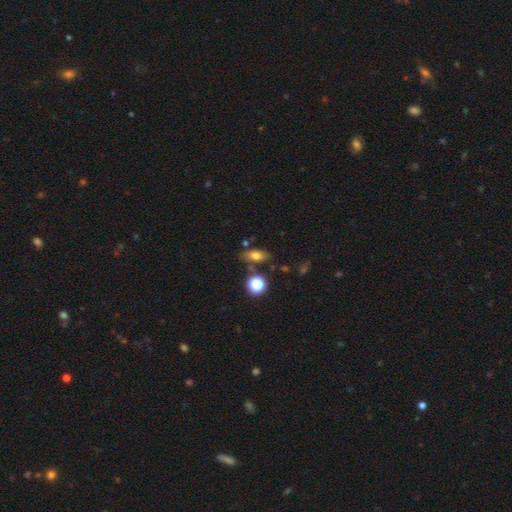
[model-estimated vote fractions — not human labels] smooth_or_featured: smooth (p=0.68) [alt: featured or disk p=0.19]
how_rounded: in between (p=0.72) [alt: cigar-shaped p=0.15]
merging: none (p=0.73) [alt: minor disturbance p=0.14]